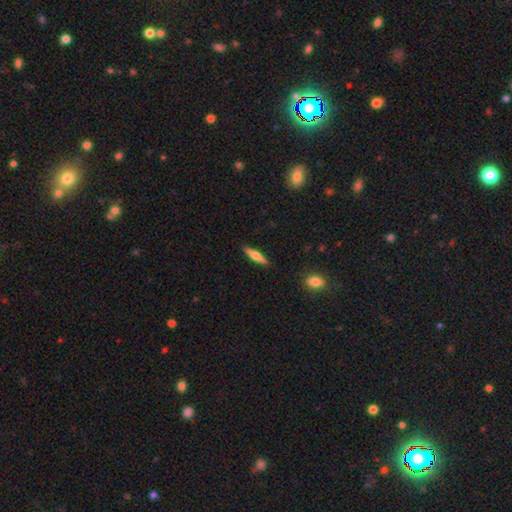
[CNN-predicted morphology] smooth_or_featured: smooth (p=0.51) [alt: featured or disk p=0.43]
how_rounded: cigar-shaped (p=0.79) [alt: in between p=0.19]
merging: none (p=0.89) [alt: minor disturbance p=0.08]